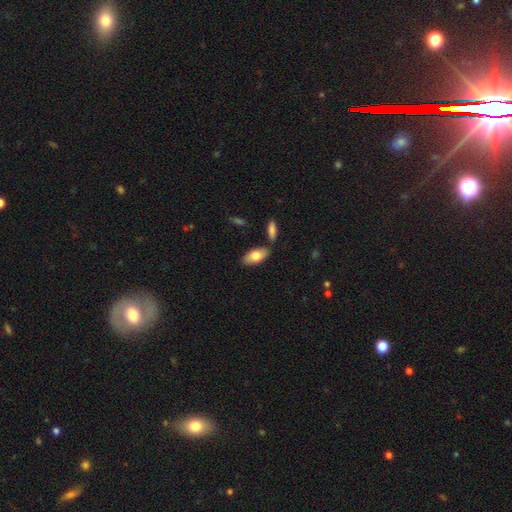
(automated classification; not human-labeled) Smooth or featured? smooth (79%)
How rounded? in between (90%)
Merging? none (78%)